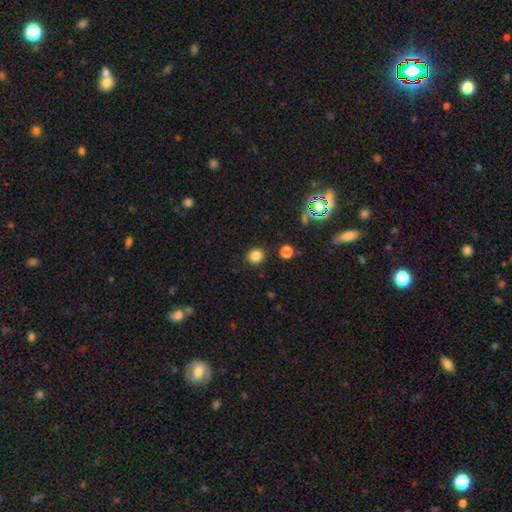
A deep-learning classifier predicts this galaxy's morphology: smooth 83%, star or artifact 13%, featured or disk 4%. Down the decision tree: how rounded — round (83%); merging — none (90%).